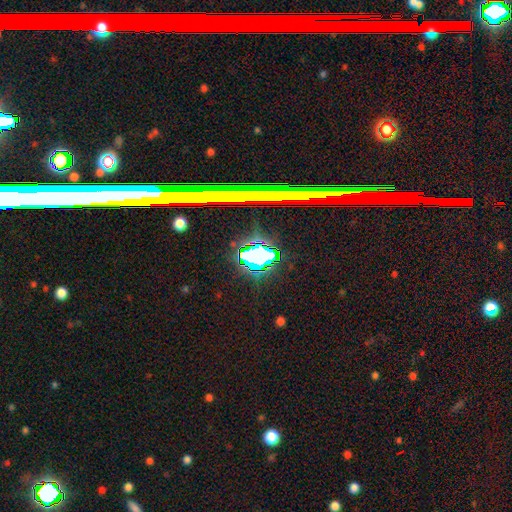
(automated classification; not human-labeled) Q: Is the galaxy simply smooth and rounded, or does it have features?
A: star or artifact — 72%.